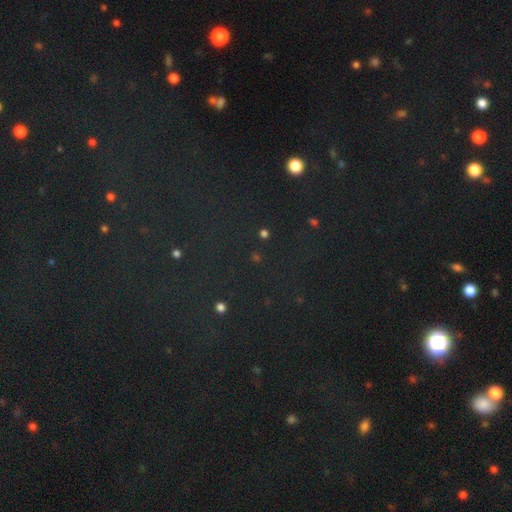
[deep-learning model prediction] This is likely a star or artifact rather than a galaxy (79%).